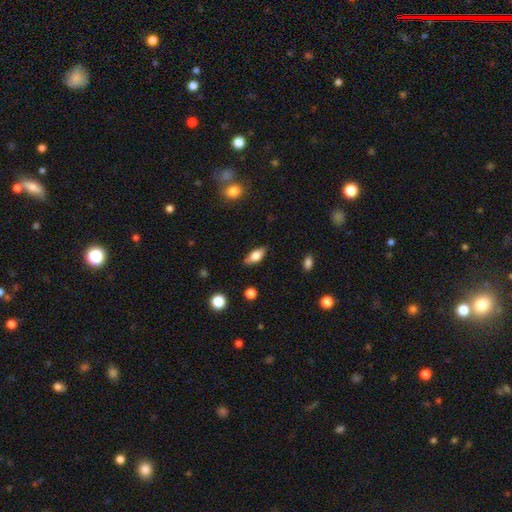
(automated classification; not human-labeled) smooth_or_featured: smooth (p=0.65) [alt: featured or disk p=0.28]
how_rounded: in between (p=0.80) [alt: cigar-shaped p=0.16]
merging: none (p=0.81) [alt: minor disturbance p=0.14]